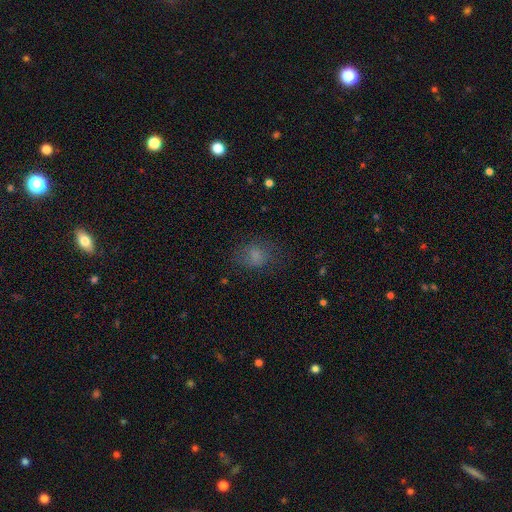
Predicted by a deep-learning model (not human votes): This appears to be a smooth galaxy with no disk features (71%) that is round (50%). Merging: none (65%).